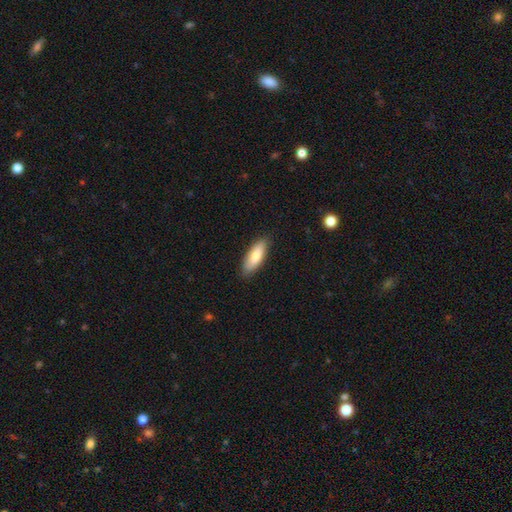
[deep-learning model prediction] Smooth or featured?
  - smooth: 80% *
  - featured or disk: 15%
  - star or artifact: 6%
How rounded?
  - in between: 64% *
  - cigar-shaped: 34%
  - round: 2%
Merging?
  - none: 86% *
  - minor disturbance: 11%
  - major disturbance: 2%
  - merger: 1%